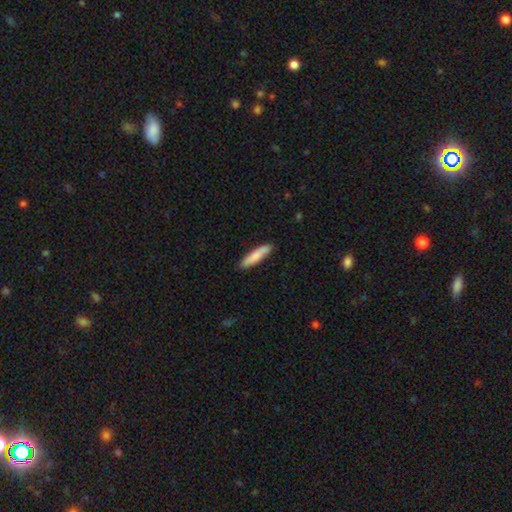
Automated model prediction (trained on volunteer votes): This is likely a smooth galaxy (76%). How rounded: clearly cigar-shaped (84%). Merging: clearly none (85%).